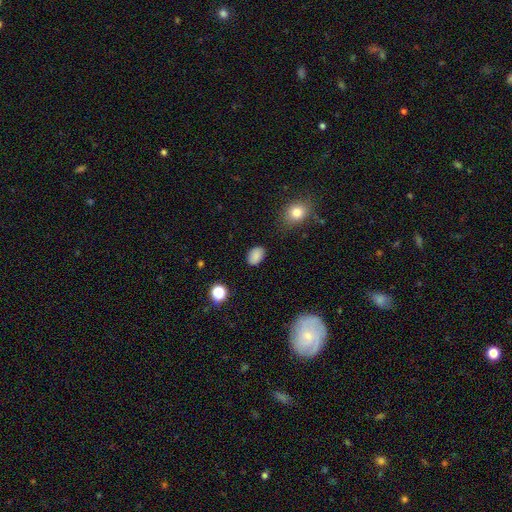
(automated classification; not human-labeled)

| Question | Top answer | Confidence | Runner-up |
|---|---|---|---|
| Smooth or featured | smooth | 84% | star or artifact (11%) |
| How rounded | in between | 82% | round (17%) |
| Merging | none | 83% | minor disturbance (12%) |